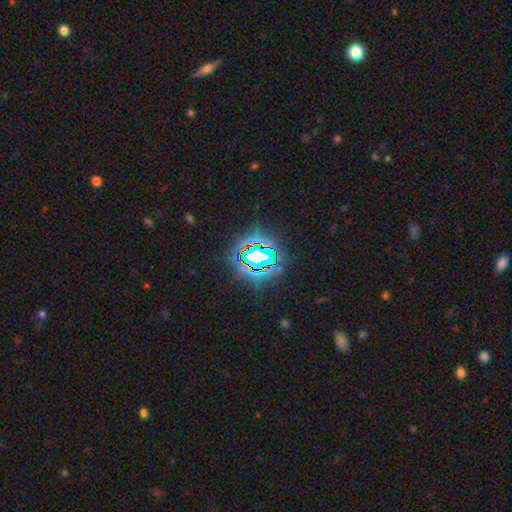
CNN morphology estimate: Smooth or featured? Predicted: star or artifact (p=0.69).